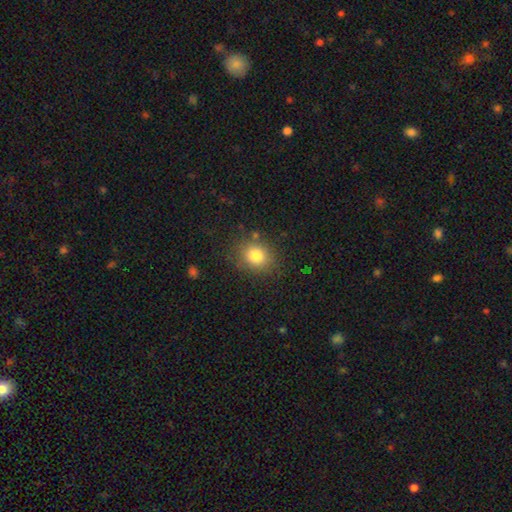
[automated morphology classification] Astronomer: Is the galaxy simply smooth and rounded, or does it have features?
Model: smooth — 82%.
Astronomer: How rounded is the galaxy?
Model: round — 64%.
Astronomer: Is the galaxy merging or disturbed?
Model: none — 82%.